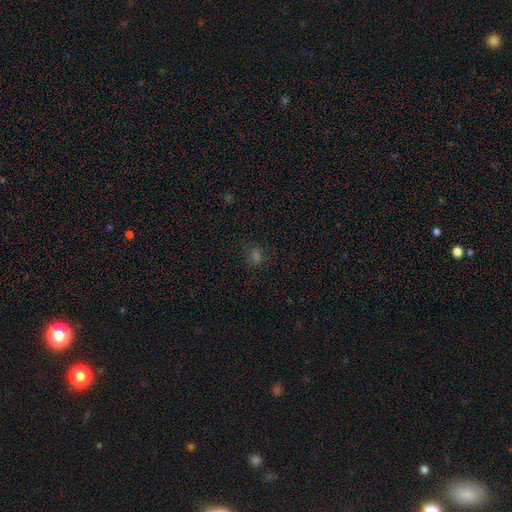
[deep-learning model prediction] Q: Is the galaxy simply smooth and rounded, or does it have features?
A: smooth — 56%.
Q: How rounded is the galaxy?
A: round — 63%.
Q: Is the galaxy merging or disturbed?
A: none — 80%.